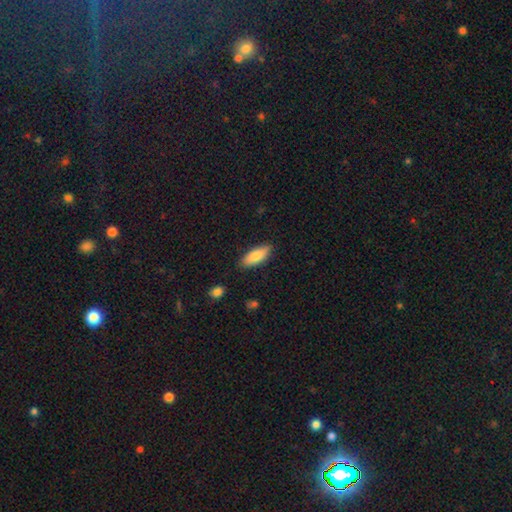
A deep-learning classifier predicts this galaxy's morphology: Q: Smooth or featured?
A: smooth (81%); runner-up: featured or disk (13%)
Q: How rounded?
A: in between (73%); runner-up: cigar-shaped (25%)
Q: Merging?
A: none (86%); runner-up: minor disturbance (11%)